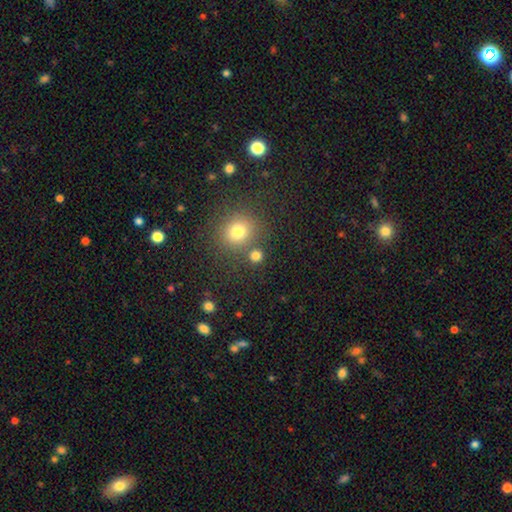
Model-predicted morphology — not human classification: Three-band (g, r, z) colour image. It shows a smooth galaxy with no disk features (78%) that is round (88%). Merging: none (76%).